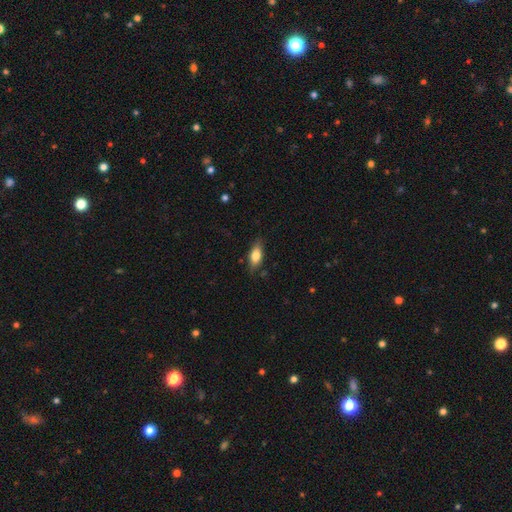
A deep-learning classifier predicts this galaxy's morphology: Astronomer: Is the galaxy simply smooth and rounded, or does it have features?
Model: smooth — 75%.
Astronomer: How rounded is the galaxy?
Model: in between — 79%.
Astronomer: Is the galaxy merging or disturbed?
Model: none — 79%.